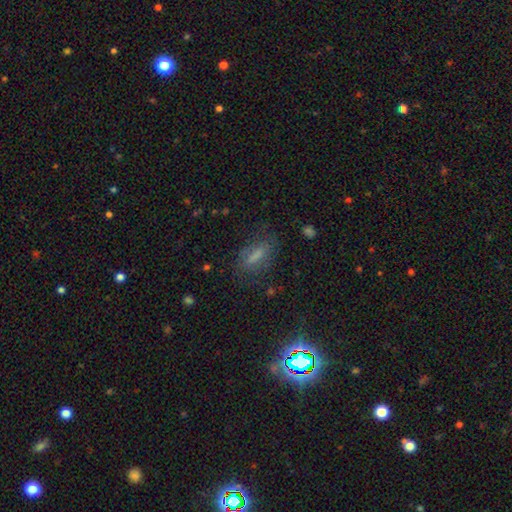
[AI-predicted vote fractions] Q: Smooth or featured?
A: smooth (62%); runner-up: featured or disk (21%)
Q: How rounded?
A: in between (57%); runner-up: cigar-shaped (38%)
Q: Merging?
A: none (69%); runner-up: minor disturbance (18%)